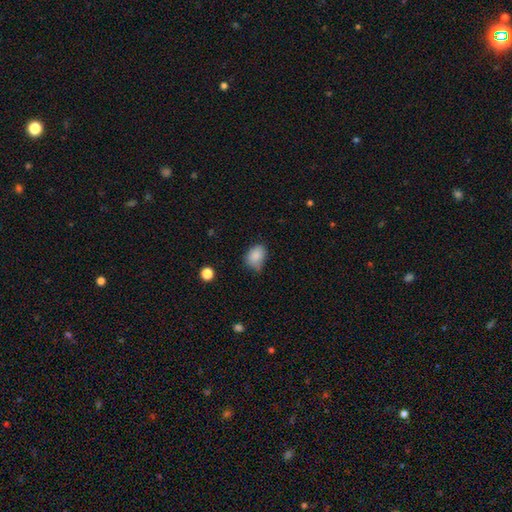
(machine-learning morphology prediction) type=smooth (86%); roundness=in between (74%); merging=none (58%).